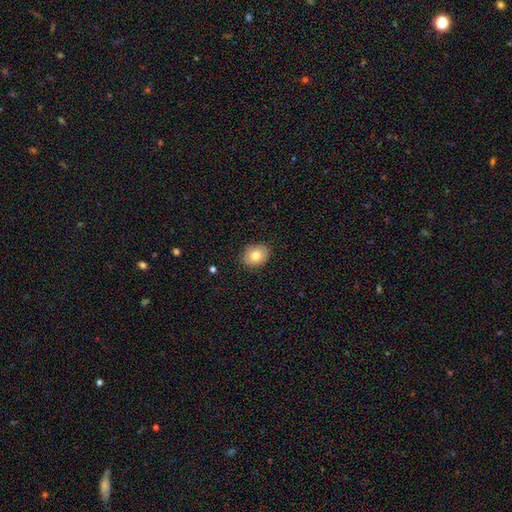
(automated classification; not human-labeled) smooth-or-featured: smooth: 80% | featured or disk: 11% | star or artifact: 8%
  how-rounded: in between: 53% | round: 46% | cigar-shaped: 1%
  merging: none: 86% | minor disturbance: 11% | major disturbance: 2% | merger: 1%